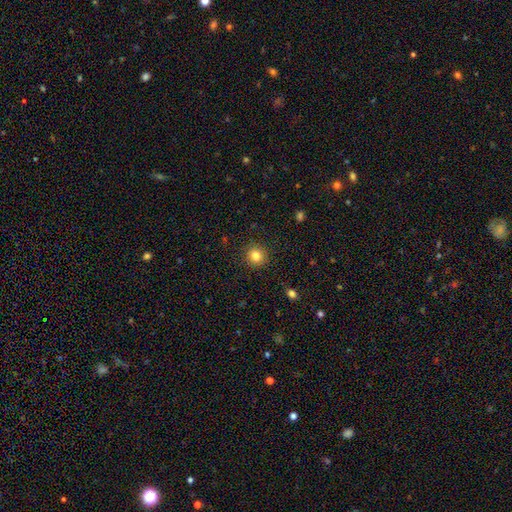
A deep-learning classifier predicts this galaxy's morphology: This appears to be a smooth galaxy with no disk features (83%) that is round (92%). Merging: none (91%).